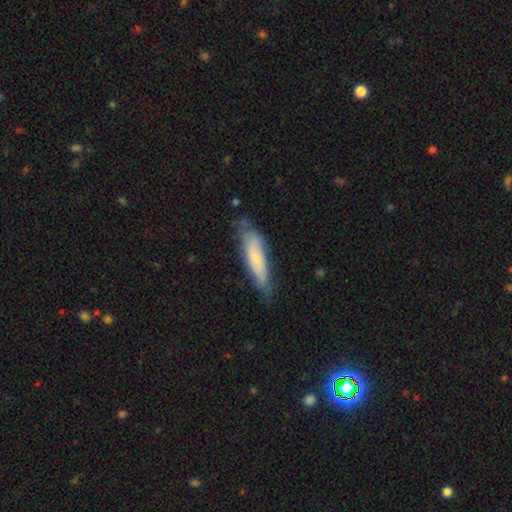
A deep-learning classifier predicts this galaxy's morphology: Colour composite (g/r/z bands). It shows a smooth galaxy with no disk features (63%) that is cigar-shaped (74%). Merging: none (65%).